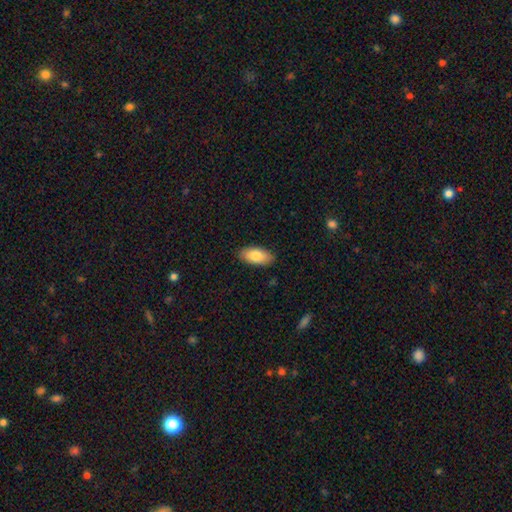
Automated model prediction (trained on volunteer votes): This appears to be a smooth galaxy with no disk features (83%) that is in between round and cigar-shaped (91%). Merging: none (88%).